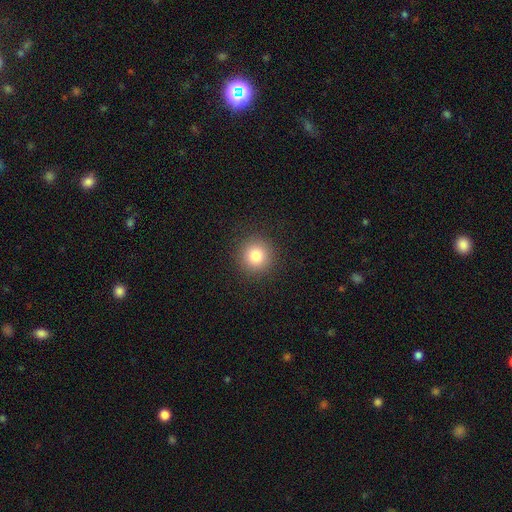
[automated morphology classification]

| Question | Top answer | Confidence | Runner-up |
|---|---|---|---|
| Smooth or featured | smooth | 81% | star or artifact (12%) |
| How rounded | round | 95% | in between (4%) |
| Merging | none | 91% | minor disturbance (6%) |